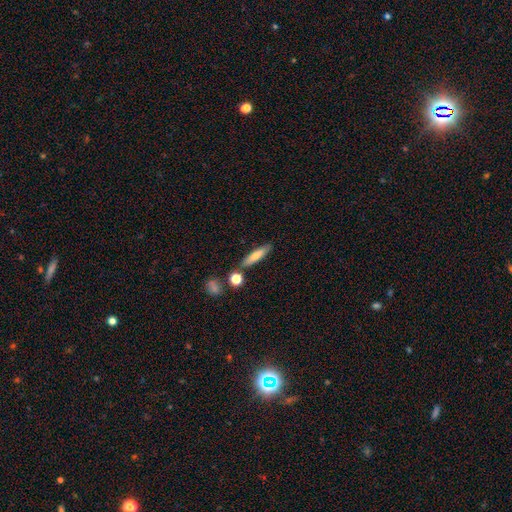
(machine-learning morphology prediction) The model was most divided on "smooth or featured": smooth: 67%, featured or disk: 26%, star or artifact: 7%. More confident: merging — none (79%); how rounded — cigar-shaped (77%).